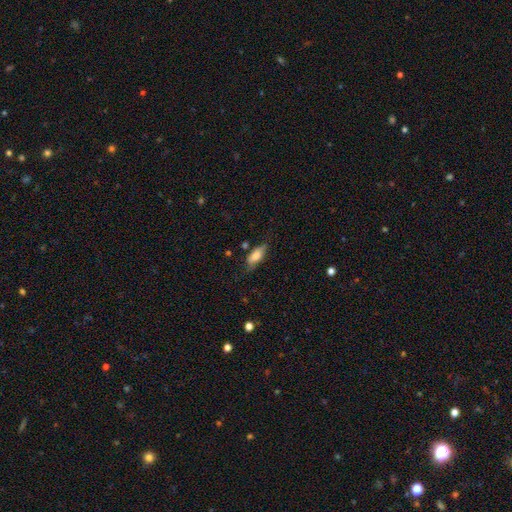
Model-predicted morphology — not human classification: Smooth or featured: smooth — 69% (featured or disk — 24%)
How rounded: in between — 76% (cigar-shaped — 21%)
Merging: none — 64% (minor disturbance — 26%)